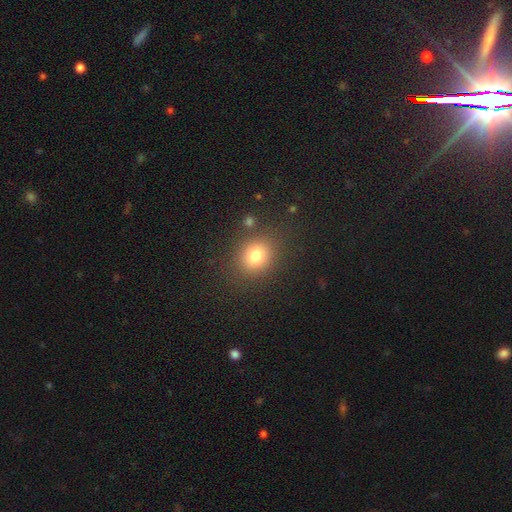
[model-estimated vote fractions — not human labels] smooth 78%, star or artifact 13%, featured or disk 8%. Down the decision tree: how rounded — round (67%); merging — none (82%).